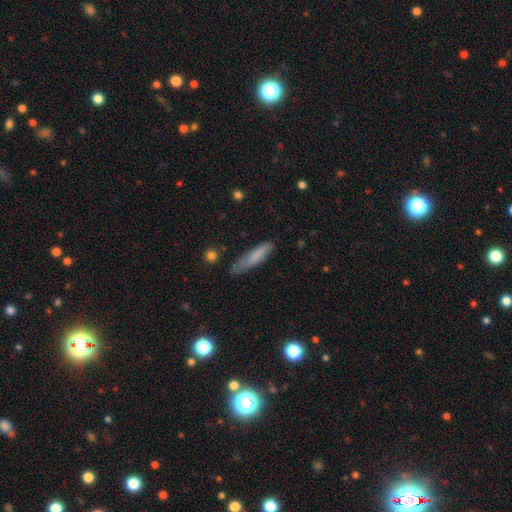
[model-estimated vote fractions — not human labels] smooth-or-featured: smooth: 76% | featured or disk: 18% | star or artifact: 7%
  how-rounded: cigar-shaped: 81% | in between: 17% | round: 2%
  merging: none: 70% | minor disturbance: 23% | major disturbance: 5% | merger: 2%